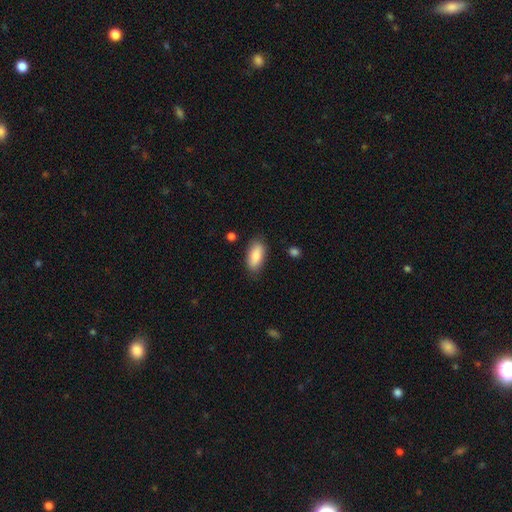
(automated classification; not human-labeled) Smooth or featured: smooth — 84% (featured or disk — 9%)
How rounded: in between — 89% (cigar-shaped — 9%)
Merging: none — 83% (minor disturbance — 13%)